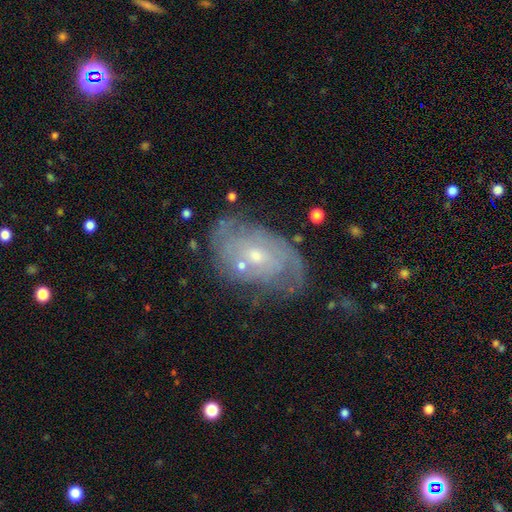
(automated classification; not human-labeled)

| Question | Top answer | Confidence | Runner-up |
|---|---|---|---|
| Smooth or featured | featured or disk | 75% | smooth (17%) |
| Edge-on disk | no | 95% | yes (5%) |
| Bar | no | 70% | weak (26%) |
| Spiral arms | yes | 83% | no (17%) |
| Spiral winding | tight | 58% | medium (29%) |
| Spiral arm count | can't tell | 49% | 2 (28%) |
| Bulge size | small | 60% | moderate (36%) |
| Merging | none | 60% | minor disturbance (23%) |